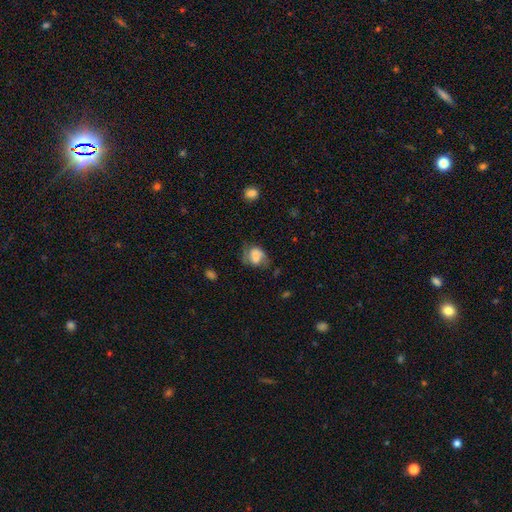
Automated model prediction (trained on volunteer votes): smooth 60%, featured or disk 30%, star or artifact 10%. Down the decision tree: how rounded — in between (60%); merging — none (41%).